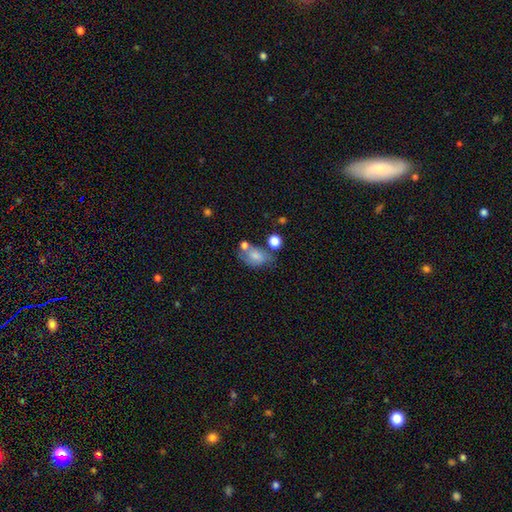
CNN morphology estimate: A smooth galaxy with no disk features (67%) that is in between round and cigar-shaped (80%).

Vote fractions:
- Smooth or featured? smooth: 67% / featured or disk: 23% / star or artifact: 10%
- How rounded? in between: 80% / round: 19% / cigar-shaped: 2%
- Merging? none: 35% / merger: 25% / minor disturbance: 25% / major disturbance: 16%